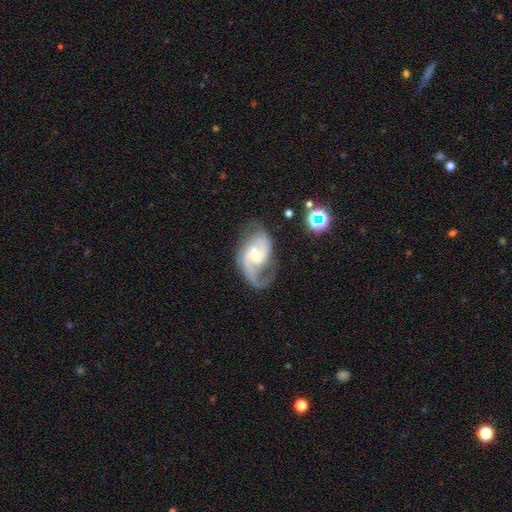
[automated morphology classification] Overall: featured or disk (89%). Edge-on disk: no (98%). Bar: weak (55%; no 29%). Spiral arms: yes (97%). Spiral arm count: 2 (81%). Spiral winding: medium (55%; loose 26%). Bulge size: small (54%; moderate 35%). Merging: none (66%).